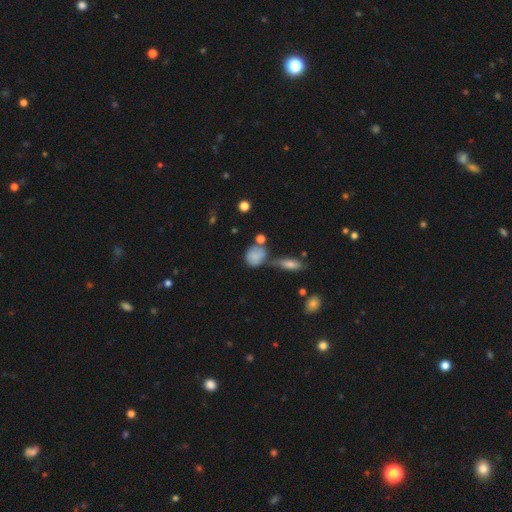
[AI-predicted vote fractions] Smooth or featured: smooth — 76% (featured or disk — 14%)
How rounded: round — 55% (in between — 41%)
Merging: none — 41% (merger — 26%)